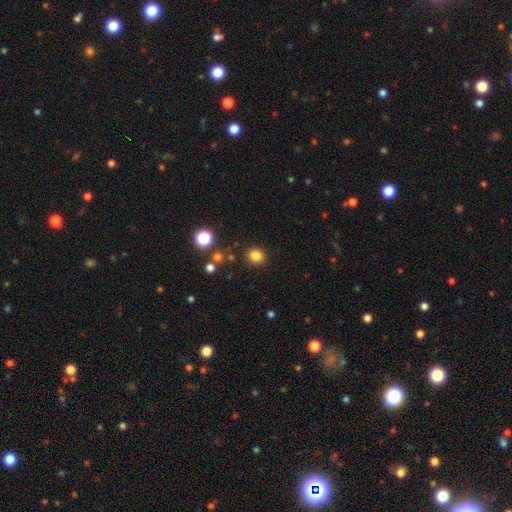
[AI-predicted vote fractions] smooth-or-featured: smooth: 82% | star or artifact: 13% | featured or disk: 5%
  how-rounded: round: 83% | in between: 16% | cigar-shaped: 1%
  merging: none: 88% | minor disturbance: 7% | major disturbance: 3% | merger: 2%